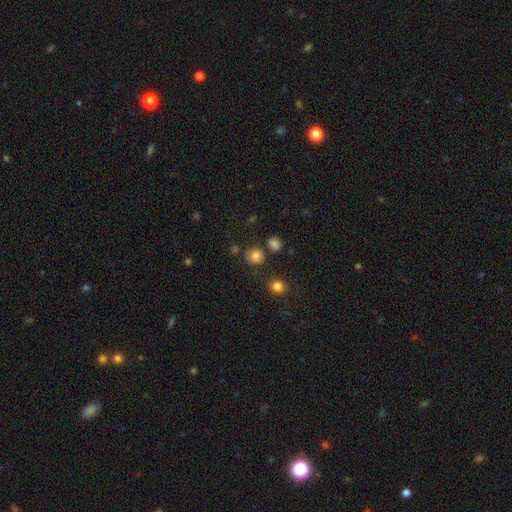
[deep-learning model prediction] The model was most divided on "merging": none: 75%, minor disturbance: 13%, merger: 8%, major disturbance: 4%. More confident: how rounded — round (82%); smooth or featured — smooth (80%).